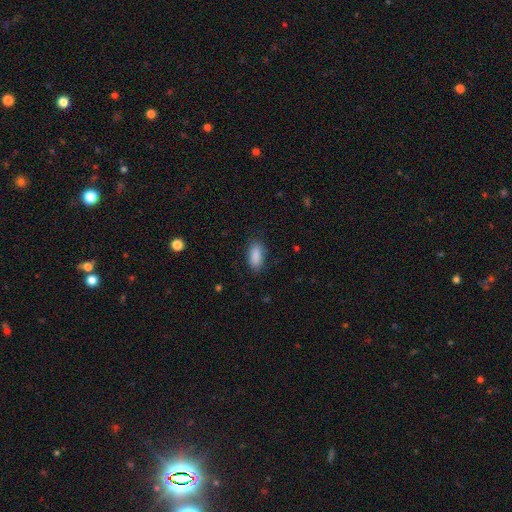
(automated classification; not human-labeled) Overall: smooth (89%). How rounded: in between (87%). Merging: none (85%).